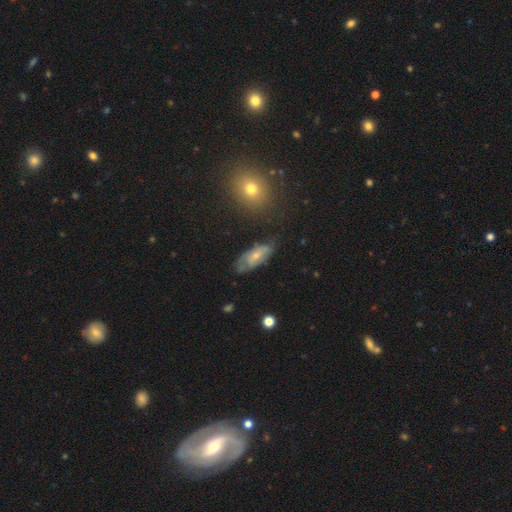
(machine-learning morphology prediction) This appears to be a featured or disk galaxy (53%). Merging: none (59%).